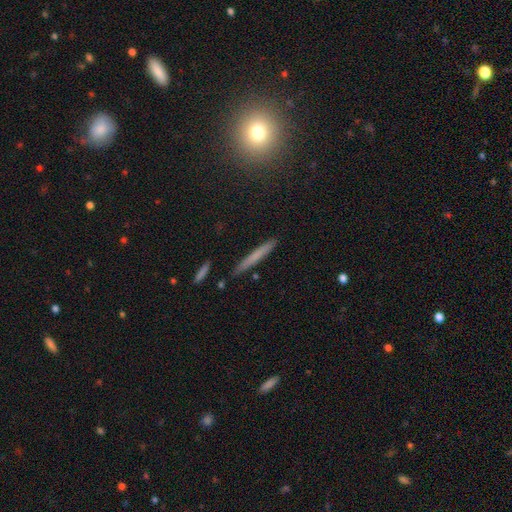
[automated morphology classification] type=smooth (64%); roundness=cigar-shaped (96%); merging=none (89%).